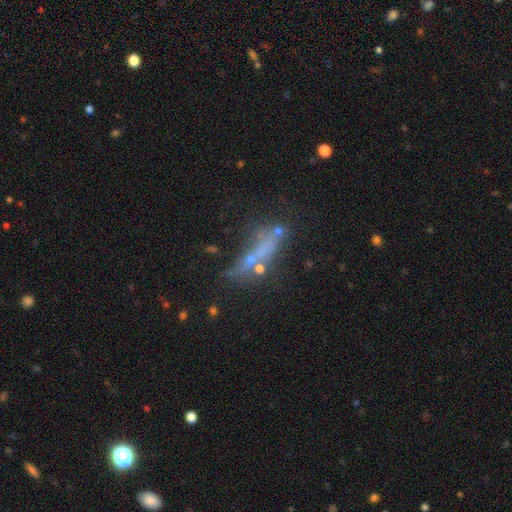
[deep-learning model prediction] Smooth or featured? Predicted: featured or disk (p=0.40). Merging? Predicted: none (p=0.45).